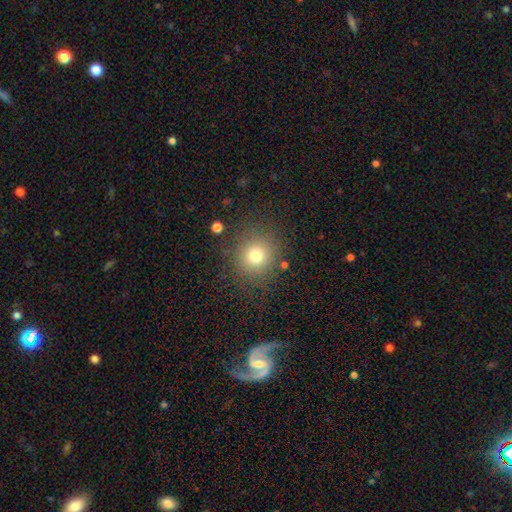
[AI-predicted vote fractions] A smooth galaxy with no disk features (74%) that is round (90%). Merging: none (84%).